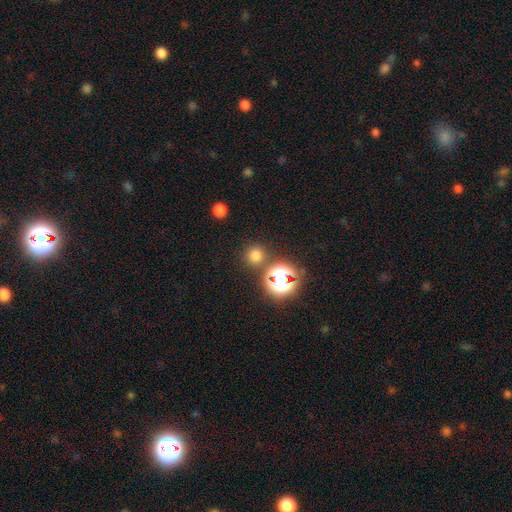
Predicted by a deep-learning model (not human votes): Smooth or featured: smooth — 72% (star or artifact — 22%)
How rounded: round — 94% (in between — 5%)
Merging: none — 83% (merger — 7%)